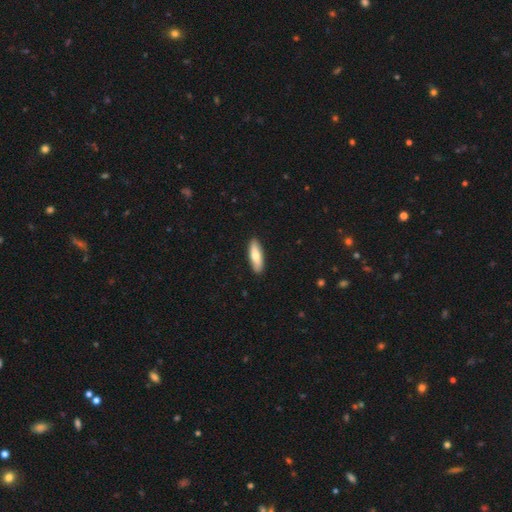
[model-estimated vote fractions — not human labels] A smooth galaxy with no disk features (71%) that is cigar-shaped (50%). Merging: none (90%).